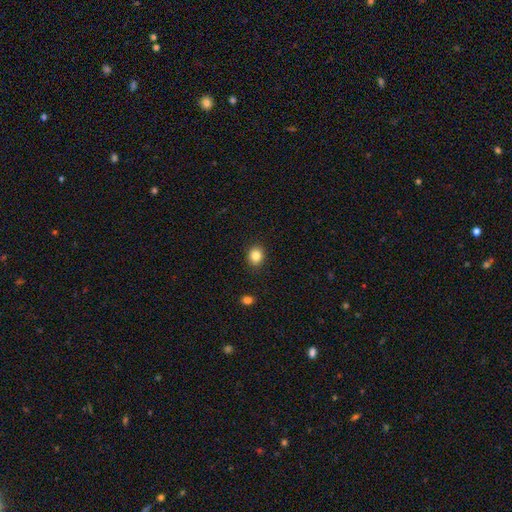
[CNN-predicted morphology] Overall: smooth (85%). How rounded: round (72%). Merging: none (90%).